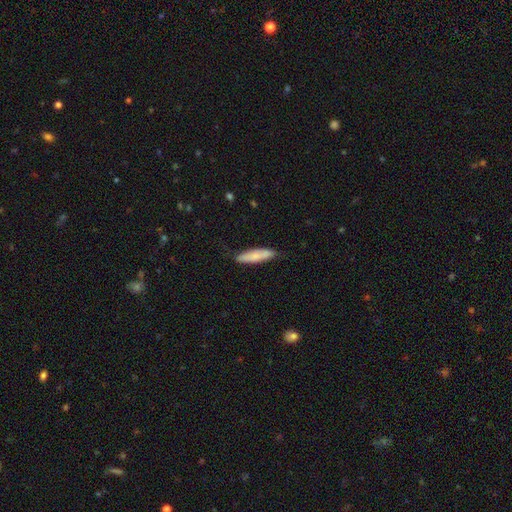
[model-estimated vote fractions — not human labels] smooth 76%, featured or disk 19%, star or artifact 6%. Down the decision tree: how rounded — cigar-shaped (70%); merging — none (78%).